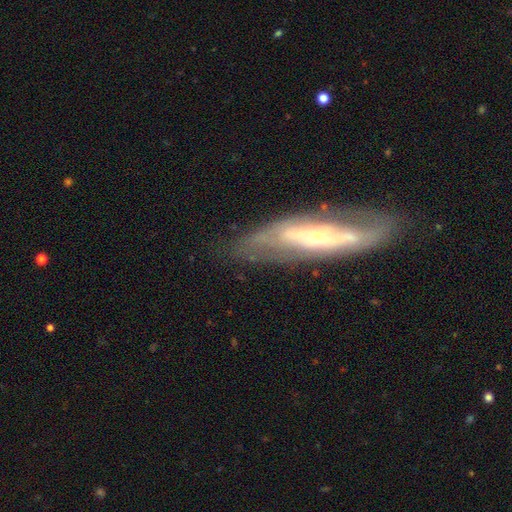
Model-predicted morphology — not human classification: type=featured or disk (78%); edge-on=no (67%); bar=no (39%); spiral arms=yes (76%); bulge=small (66%); merging=none (74%).